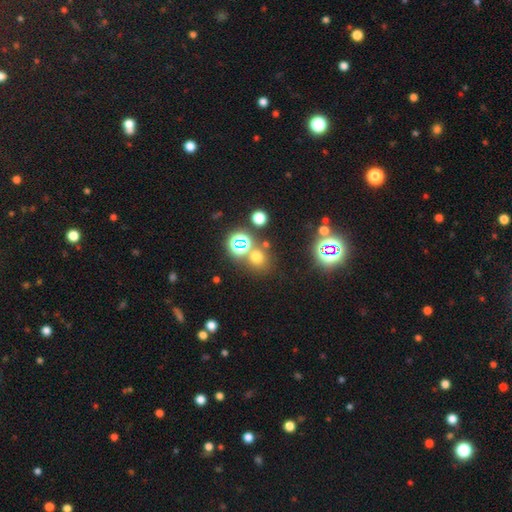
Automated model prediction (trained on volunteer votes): Smooth or featured? Predicted: smooth (p=0.59). How rounded? Predicted: round (p=0.83). Merging? Predicted: none (p=0.70).